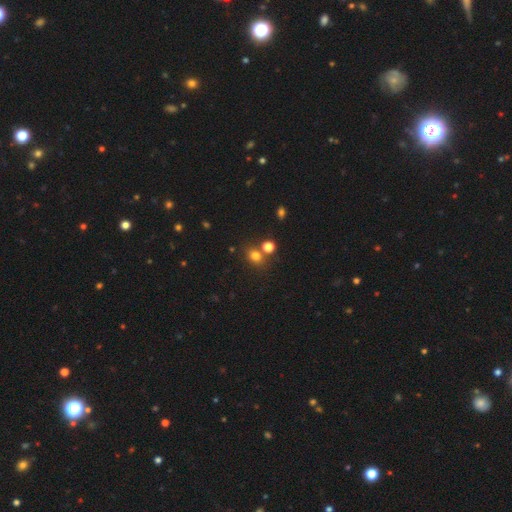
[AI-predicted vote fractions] Q: Smooth or featured?
A: smooth (75%); runner-up: star or artifact (18%)
Q: How rounded?
A: round (67%); runner-up: in between (32%)
Q: Merging?
A: none (63%); runner-up: merger (23%)